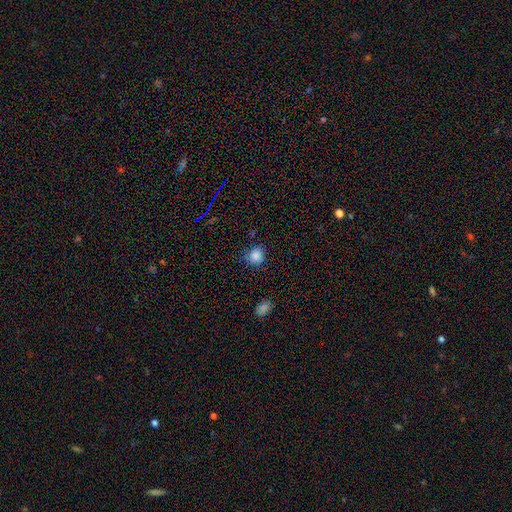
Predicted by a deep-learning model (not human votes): Smooth or featured: smooth — 82% (star or artifact — 14%)
How rounded: round — 91% (in between — 8%)
Merging: none — 79% (minor disturbance — 15%)